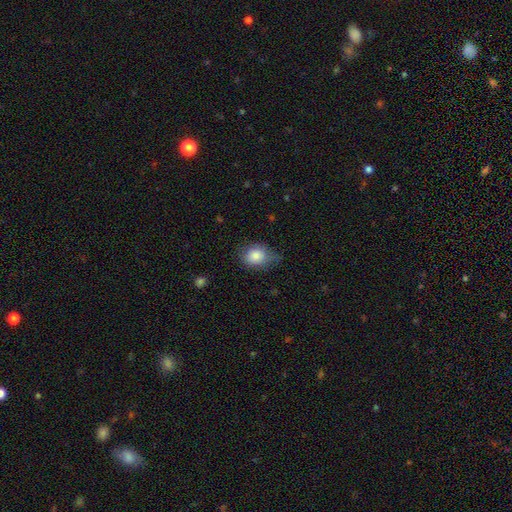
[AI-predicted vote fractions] The model was most divided on "merging": none: 51%, minor disturbance: 36%, major disturbance: 11%, merger: 2%. More confident: smooth or featured — smooth (83%); how rounded — in between (59%).